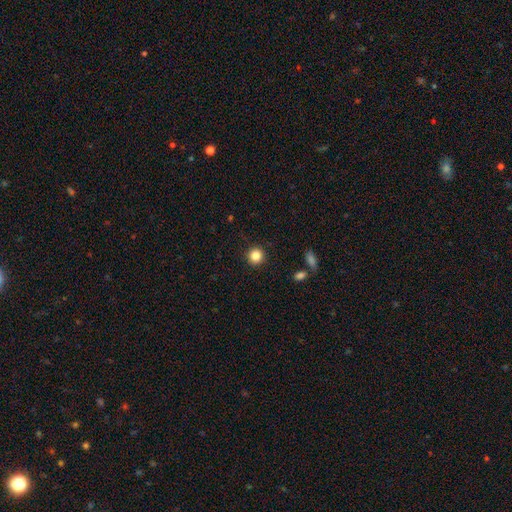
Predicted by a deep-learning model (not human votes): smooth_or_featured: smooth (p=0.84) [alt: star or artifact p=0.11]
how_rounded: round (p=0.94) [alt: in between p=0.05]
merging: none (p=0.92) [alt: minor disturbance p=0.05]